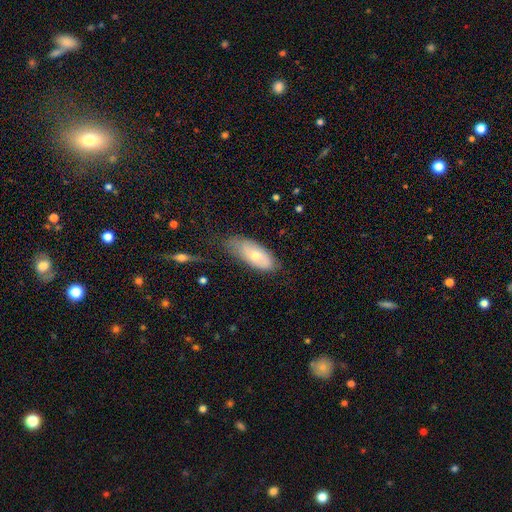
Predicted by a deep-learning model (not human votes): The model was most divided on "merging": none: 56%, minor disturbance: 31%, major disturbance: 10%, merger: 2%. More confident: how rounded — in between (84%); smooth or featured — smooth (61%).